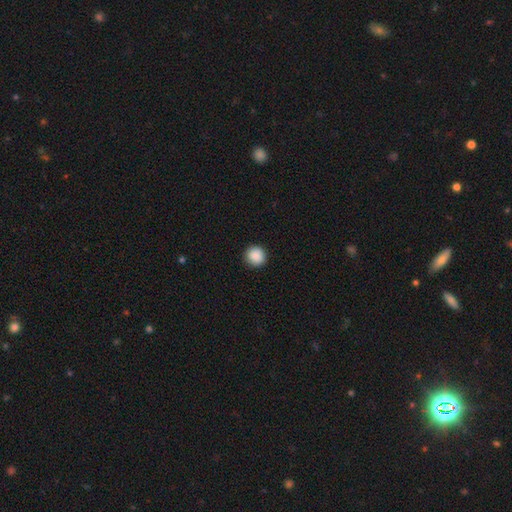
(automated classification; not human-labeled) Q: Smooth or featured?
A: smooth (89%); runner-up: star or artifact (8%)
Q: How rounded?
A: round (93%); runner-up: in between (6%)
Q: Merging?
A: none (92%); runner-up: minor disturbance (6%)